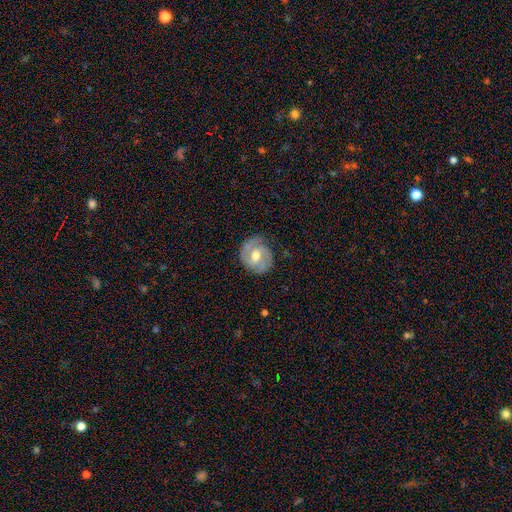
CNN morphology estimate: smooth_or_featured: featured or disk (p=0.74) [alt: smooth p=0.21]
disk_edge_on: no (p=0.97) [alt: yes p=0.03]
bar: weak (p=0.46) [alt: no p=0.41]
has_spiral_arms: yes (p=0.90) [alt: no p=0.10]
spiral_winding: tight (p=0.45) [alt: medium p=0.41]
spiral_arm_count: 2 (p=0.63) [alt: can't tell p=0.15]
bulge_size: moderate (p=0.75) [alt: small p=0.17]
merging: none (p=0.74) [alt: minor disturbance p=0.18]